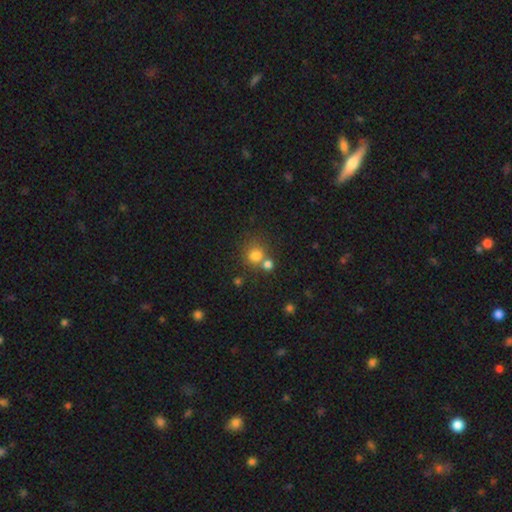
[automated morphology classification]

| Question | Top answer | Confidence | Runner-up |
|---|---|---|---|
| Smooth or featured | smooth | 78% | star or artifact (14%) |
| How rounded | round | 85% | in between (14%) |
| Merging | none | 54% | merger (32%) |